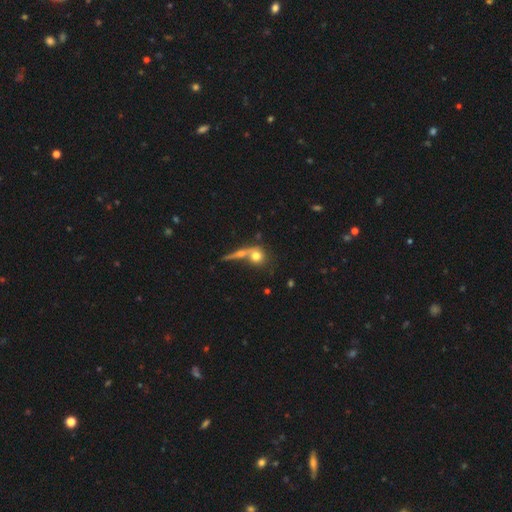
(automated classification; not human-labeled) smooth_or_featured: smooth (p=0.69) [alt: featured or disk p=0.21]
how_rounded: round (p=0.79) [alt: in between p=0.16]
merging: none (p=0.42) [alt: merger p=0.40]